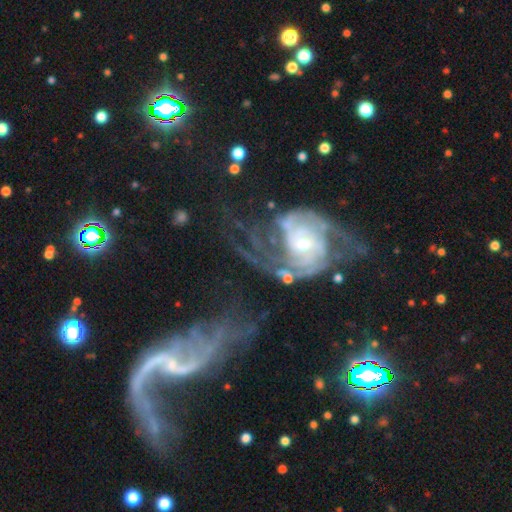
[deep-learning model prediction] Smooth or featured? featured or disk (84%)
Edge-on disk? no (96%)
Bar? no (60%)
Spiral arms? yes (91%)
Spiral winding? medium (38%)
Spiral arm count? 2 (57%)
Bulge size? small (62%)
Merging? major disturbance (32%, tied with none)